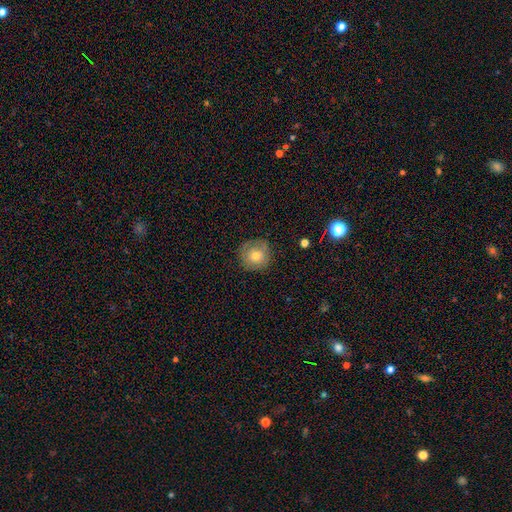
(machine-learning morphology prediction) A smooth galaxy with no disk features (61%) that is round (93%).

Vote fractions:
- Smooth or featured? smooth: 61% / featured or disk: 29% / star or artifact: 10%
- How rounded? round: 93% / in between: 6% / cigar-shaped: 1%
- Merging? none: 80% / minor disturbance: 14% / major disturbance: 4% / merger: 1%